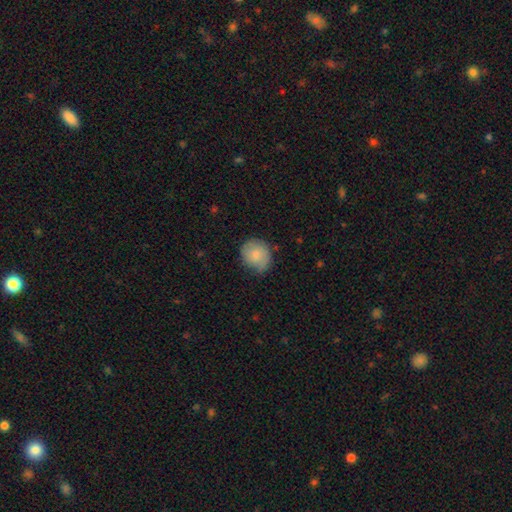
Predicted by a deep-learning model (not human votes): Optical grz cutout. It shows a smooth galaxy with no disk features (75%) that is round (80%). Merging: none (66%).